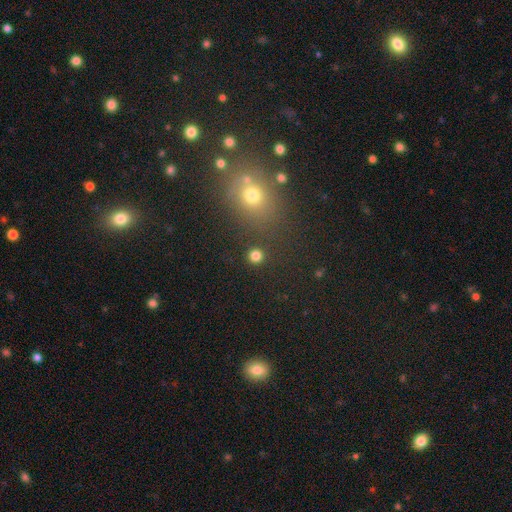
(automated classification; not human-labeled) smooth_or_featured: smooth (p=0.81) [alt: star or artifact p=0.15]
how_rounded: round (p=0.93) [alt: in between p=0.06]
merging: none (p=0.88) [alt: minor disturbance p=0.05]